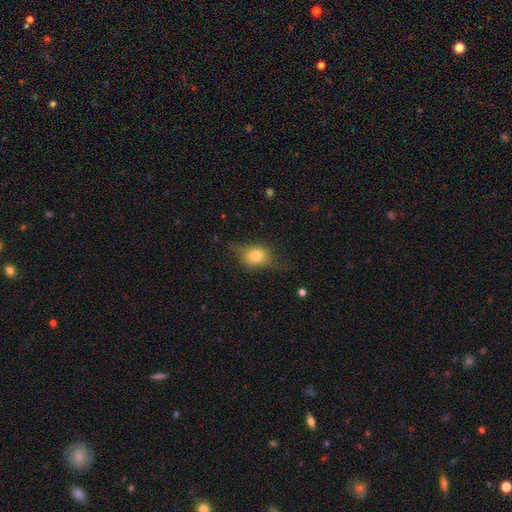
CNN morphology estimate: type=smooth (68%); roundness=in between (53%); merging=none (57%).